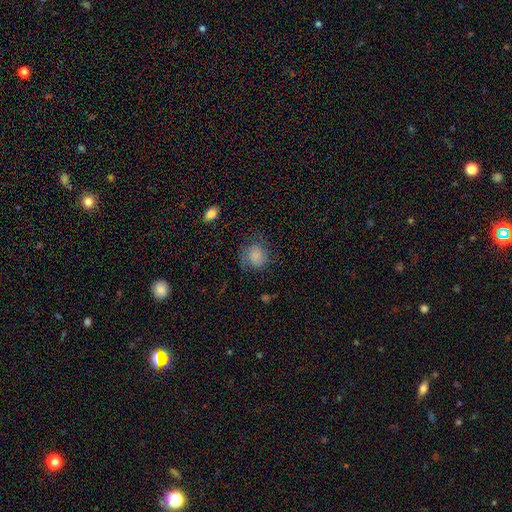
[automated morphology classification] A smooth galaxy with no disk features (74%) that is round (81%). Merging: none (64%).